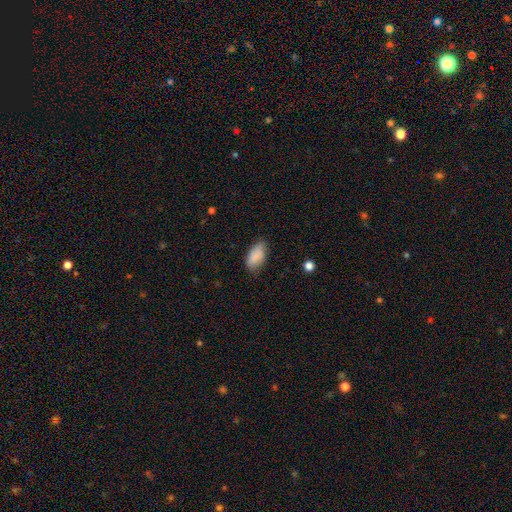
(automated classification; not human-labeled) Smooth or featured: smooth — 87% (star or artifact — 7%)
How rounded: in between — 93% (cigar-shaped — 4%)
Merging: none — 72% (minor disturbance — 22%)